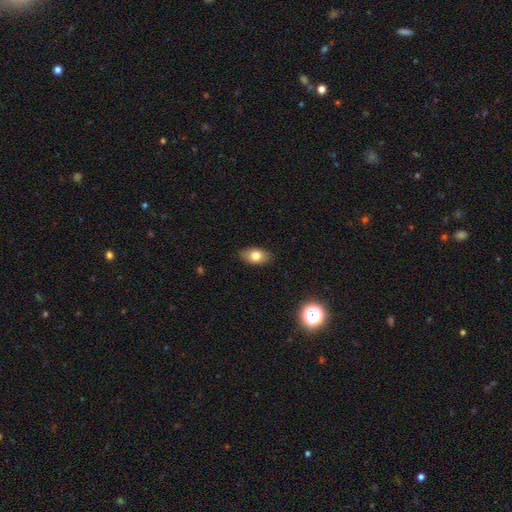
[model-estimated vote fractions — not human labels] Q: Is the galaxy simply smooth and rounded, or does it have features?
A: smooth — 79%.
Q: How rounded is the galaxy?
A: in between — 89%.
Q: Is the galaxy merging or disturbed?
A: none — 86%.